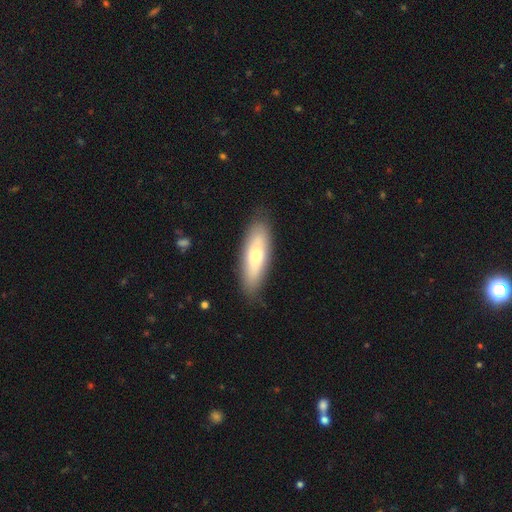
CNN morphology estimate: A smooth galaxy with no disk features (64%) that is in between round and cigar-shaped (57%).

Vote fractions:
- Smooth or featured? smooth: 64% / featured or disk: 30% / star or artifact: 6%
- How rounded? in between: 57% / cigar-shaped: 41% / round: 2%
- Merging? none: 85% / minor disturbance: 11% / major disturbance: 2% / merger: 1%